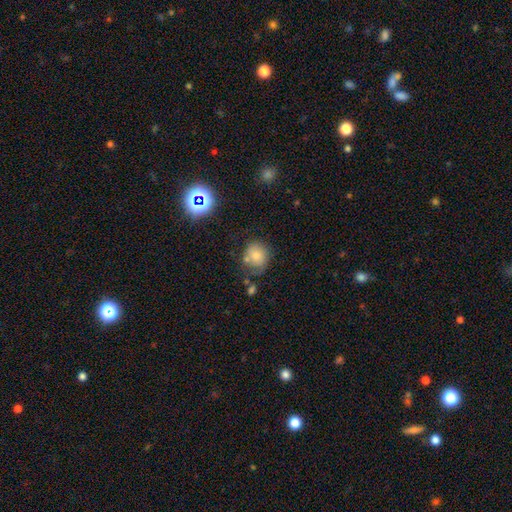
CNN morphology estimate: smooth_or_featured: smooth (p=0.74) [alt: featured or disk p=0.14]
how_rounded: round (p=0.75) [alt: in between p=0.24]
merging: none (p=0.57) [alt: minor disturbance p=0.23]